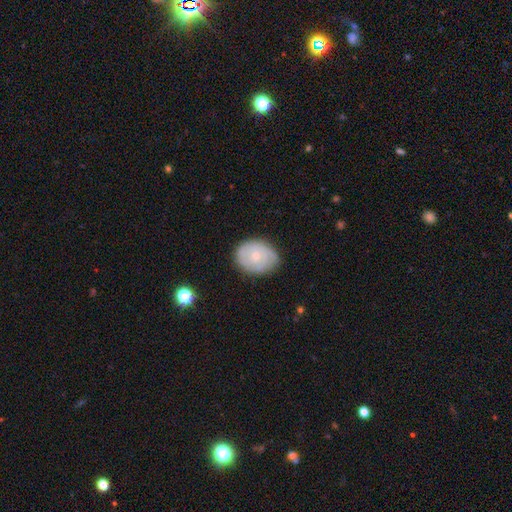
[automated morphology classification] This appears to be a featured or disk galaxy (52%) with no bar (83%), spiral arms (73%) and a small central bulge (67%). Merging: none (76%).